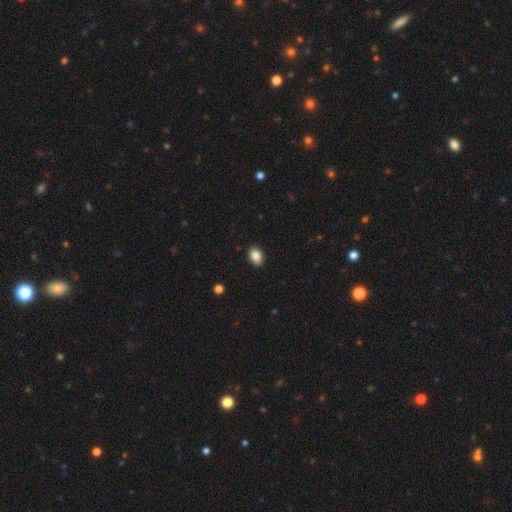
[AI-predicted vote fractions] Overall: smooth (86%). How rounded: in between (74%). Merging: none (90%).